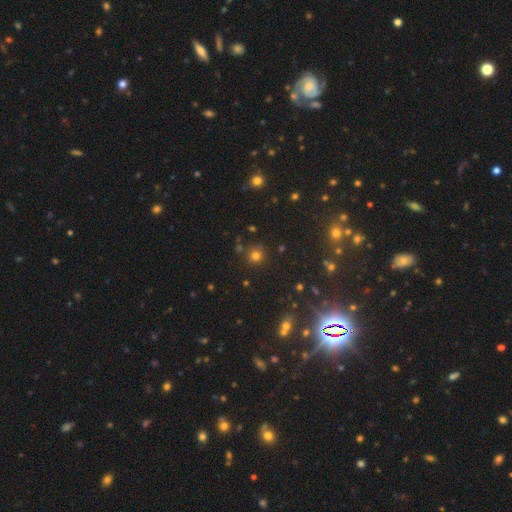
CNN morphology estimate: Q: Smooth or featured?
A: smooth (70%); runner-up: star or artifact (23%)
Q: How rounded?
A: round (92%); runner-up: in between (7%)
Q: Merging?
A: none (82%); runner-up: minor disturbance (9%)